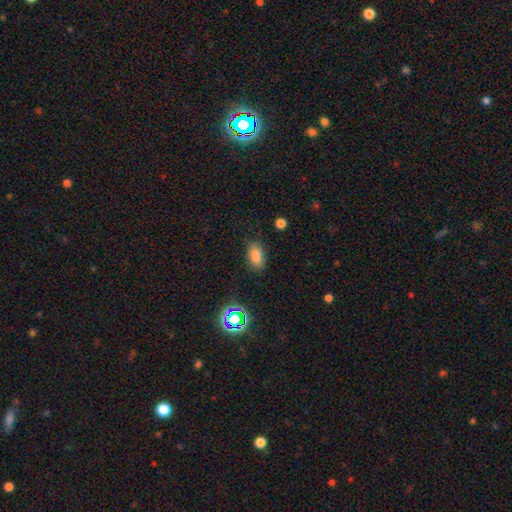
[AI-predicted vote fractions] Smooth or featured? smooth (81%)
How rounded? in between (89%)
Merging? none (84%)